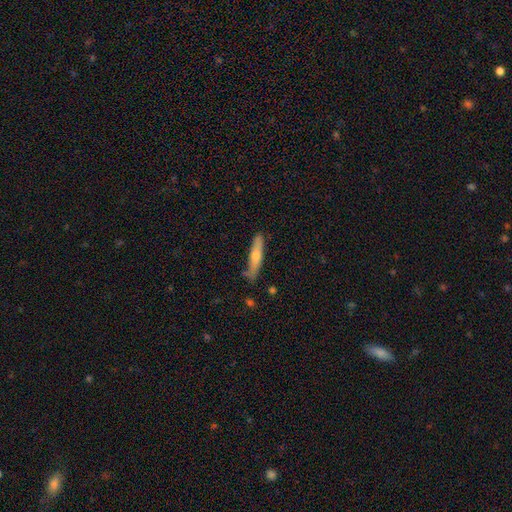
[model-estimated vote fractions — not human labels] A featured or disk galaxy (48%).

Vote fractions:
- Smooth or featured? featured or disk: 48% / smooth: 46% / star or artifact: 6%
- Merging? none: 81% / minor disturbance: 15% / major disturbance: 2% / merger: 2%